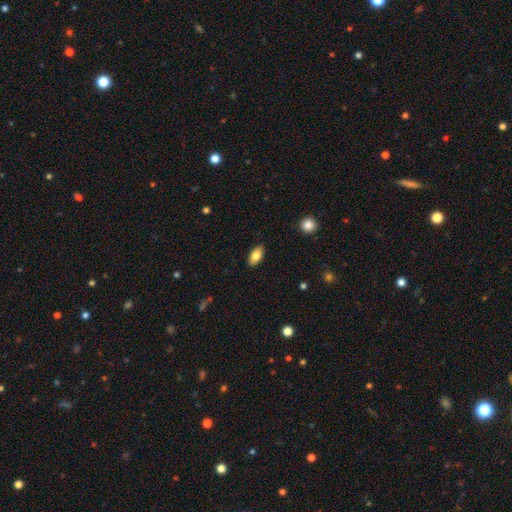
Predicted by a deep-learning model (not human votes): Smooth or featured? smooth (81%)
How rounded? in between (92%)
Merging? none (89%)